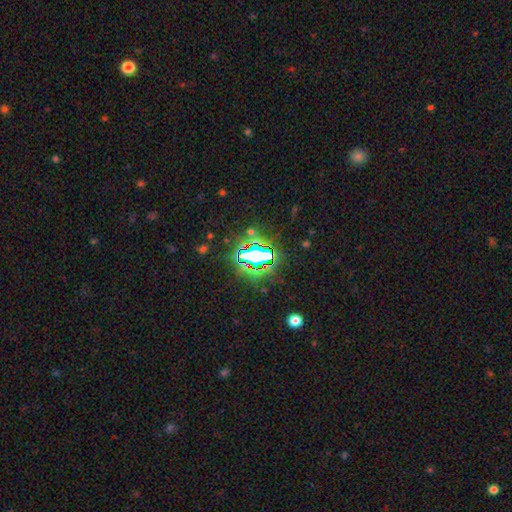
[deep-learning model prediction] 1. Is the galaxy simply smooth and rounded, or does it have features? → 72% star or artifact, 16% smooth, 12% featured or disk.